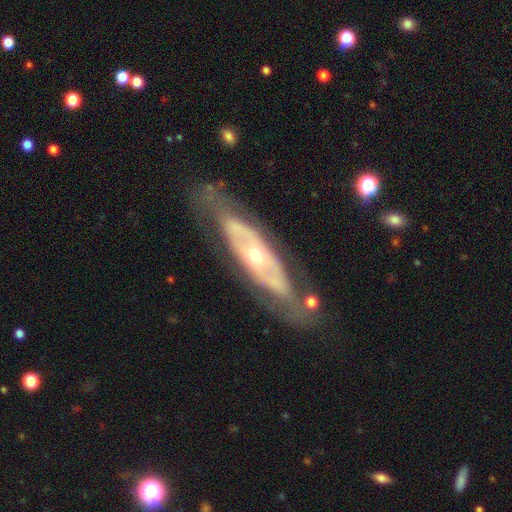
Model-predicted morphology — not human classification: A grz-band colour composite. It shows a featured or disk galaxy (73%) with no bar (77%), no spiral arms (63%) and a moderate central bulge (61%). Merging: none (66%).